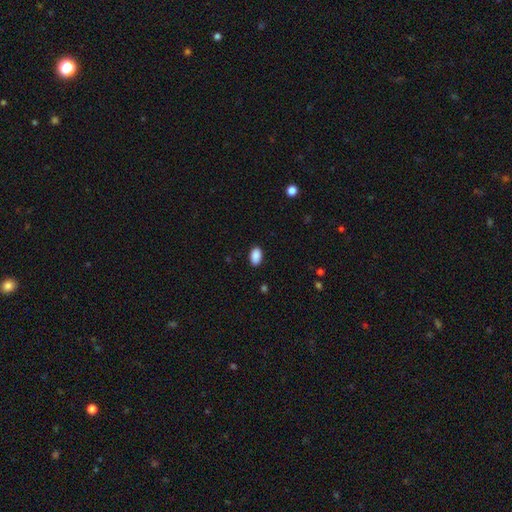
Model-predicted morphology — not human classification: The model was most divided on "merging": none: 88%, minor disturbance: 9%, major disturbance: 2%, merger: 1%. More confident: how rounded — in between (92%); smooth or featured — smooth (90%).